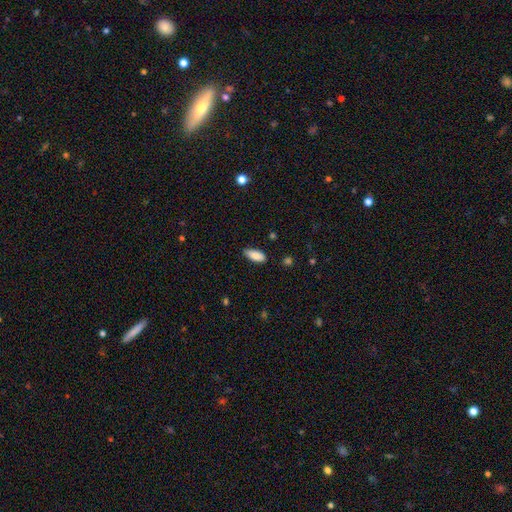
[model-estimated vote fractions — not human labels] A smooth galaxy with no disk features (87%) that is in between round and cigar-shaped (83%). Merging: none (80%).